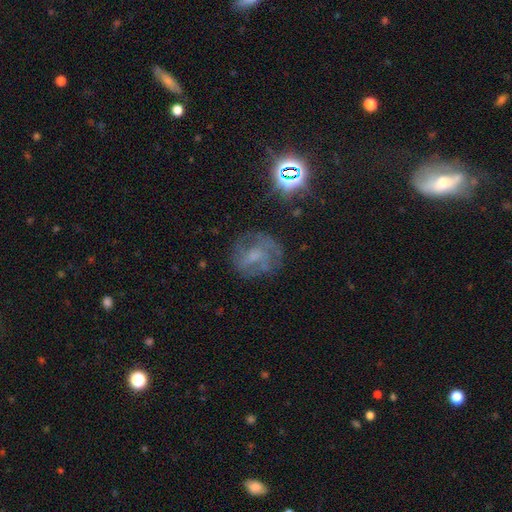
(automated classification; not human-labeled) Smooth or featured: featured or disk — 55% (smooth — 25%)
Edge-on disk: no — 97% (yes — 3%)
Bar: no — 55% (weak — 36%)
Spiral arms: yes — 70% (no — 30%)
Bulge size: small — 37% (moderate — 30%)
Merging: none — 65% (minor disturbance — 19%)